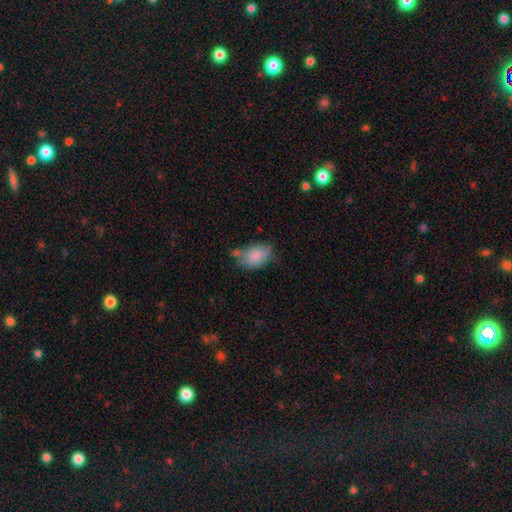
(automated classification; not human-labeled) Smooth or featured? smooth (82%)
How rounded? in between (85%)
Merging? none (45%)